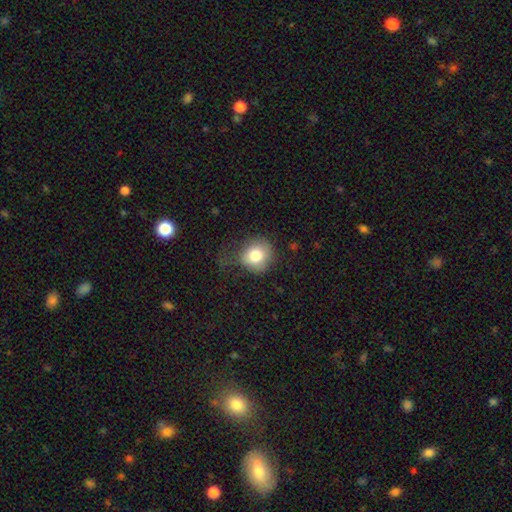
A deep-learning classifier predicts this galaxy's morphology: smooth 78%, featured or disk 12%, star or artifact 10%. Down the decision tree: how rounded — round (82%); merging — none (56%).